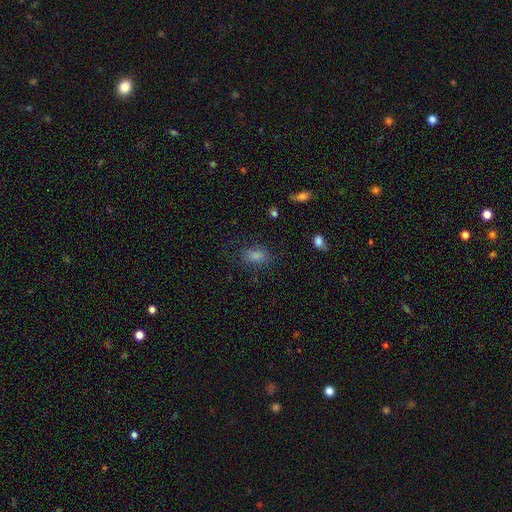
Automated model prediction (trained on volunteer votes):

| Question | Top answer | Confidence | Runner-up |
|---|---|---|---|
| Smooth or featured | smooth | 70% | star or artifact (20%) |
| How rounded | in between | 81% | round (16%) |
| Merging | none | 77% | minor disturbance (14%) |